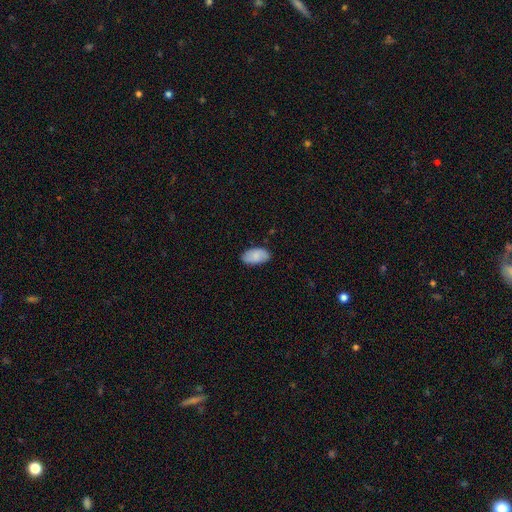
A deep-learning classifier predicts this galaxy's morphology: Overall: smooth (85%). How rounded: in between (95%). Merging: none (84%).